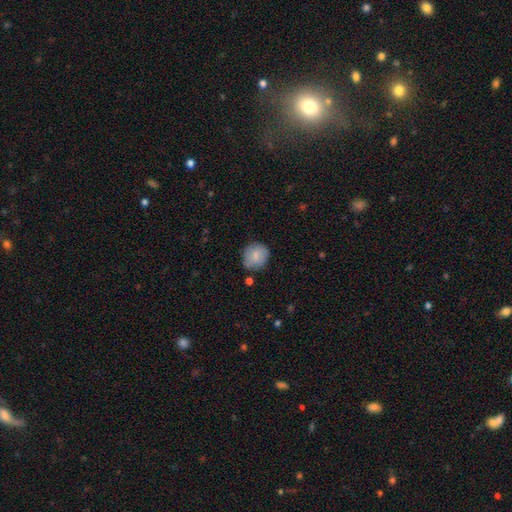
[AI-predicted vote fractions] Smooth or featured? smooth (80%)
How rounded? round (82%)
Merging? none (76%)